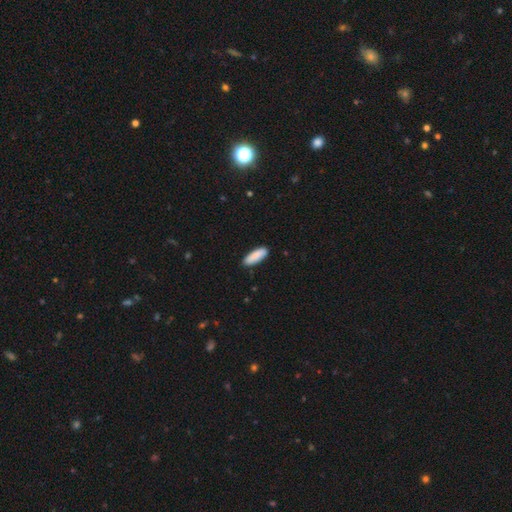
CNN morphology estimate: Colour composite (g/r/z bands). It shows a smooth galaxy with no disk features (90%) that is in between round and cigar-shaped (57%). Merging: none (88%).